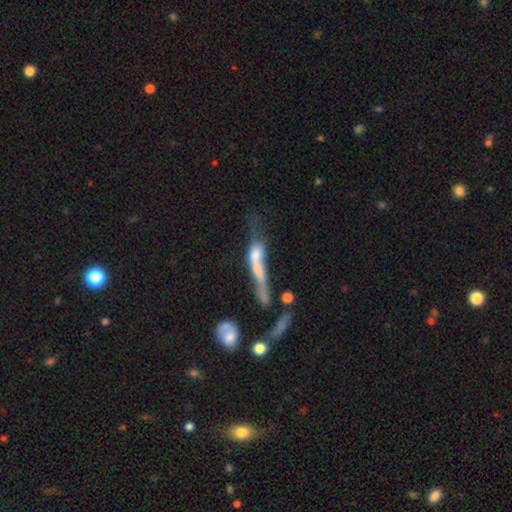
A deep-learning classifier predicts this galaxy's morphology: smooth_or_featured: featured or disk (p=0.48) [alt: smooth p=0.41]
merging: merger (p=0.42) [alt: major disturbance p=0.27]